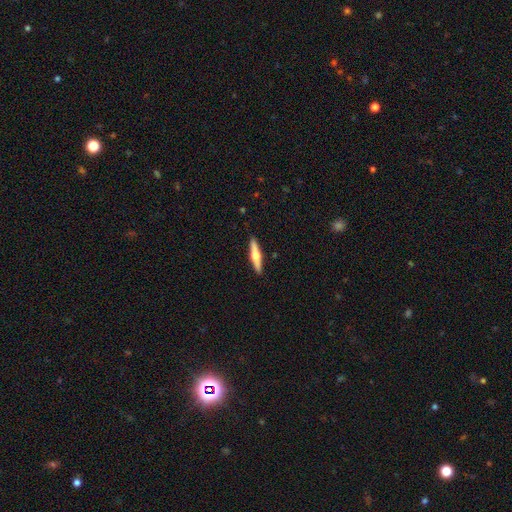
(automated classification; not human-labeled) This is possibly a featured or disk galaxy (59%). It is clearly viewed edge-on (97%). Edge-on bulge: clearly rounded (94%). Merging: clearly none (92%).